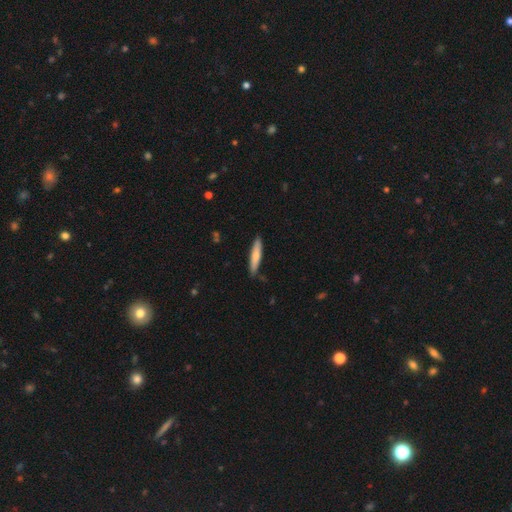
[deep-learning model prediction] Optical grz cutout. It shows a smooth galaxy with no disk features (69%) that is cigar-shaped (87%). Merging: none (86%).